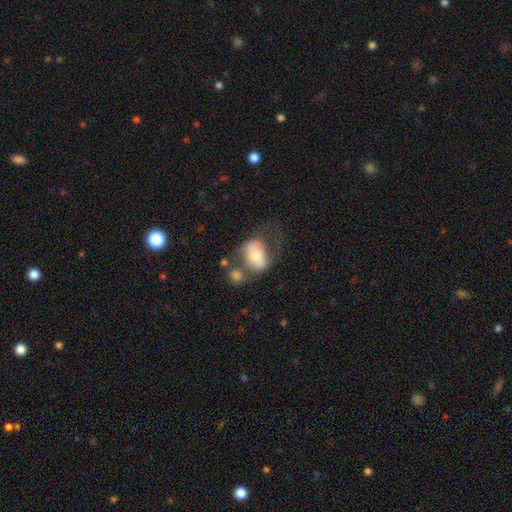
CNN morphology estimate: A smooth galaxy with no disk features (51%) that is in between round and cigar-shaped (74%).

Vote fractions:
- Smooth or featured? smooth: 51% / featured or disk: 41% / star or artifact: 8%
- How rounded? in between: 74% / round: 24% / cigar-shaped: 2%
- Merging? none: 31% / merger: 28% / major disturbance: 23% / minor disturbance: 19%